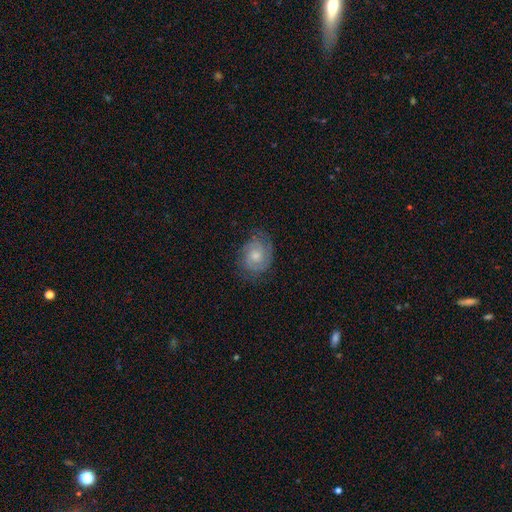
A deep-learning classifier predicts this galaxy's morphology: featured or disk 74%, smooth 19%, star or artifact 7%. Down the decision tree: edge-on disk — no (97%); bar — no (71%); spiral arms — yes (94%); spiral arm count — 2 (67%); spiral winding — tight (62%); bulge size — moderate (49%); merging — none (75%).